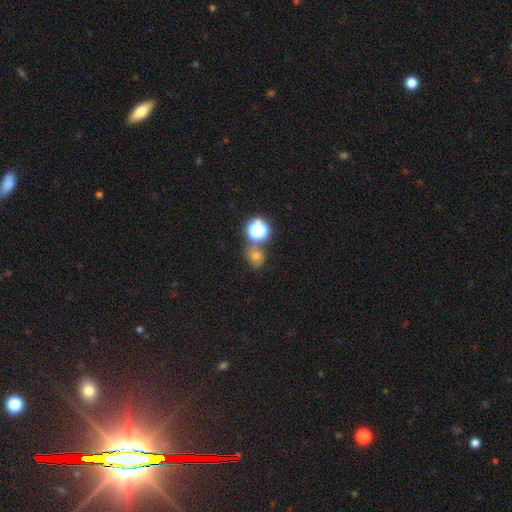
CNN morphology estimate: Smooth or featured? Predicted: smooth (p=0.51). How rounded? Predicted: round (p=0.72). Merging? Predicted: none (p=0.65).